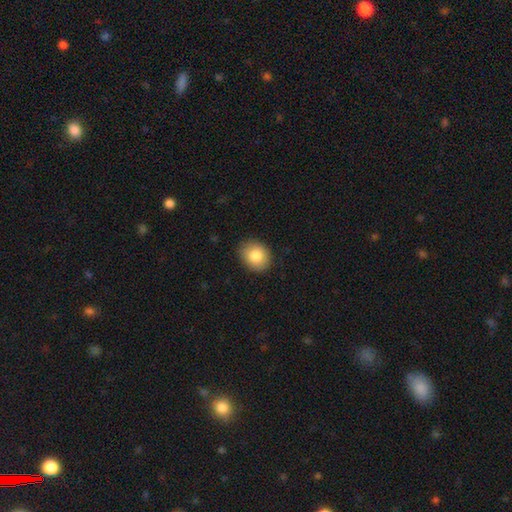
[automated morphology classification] Smooth or featured?
  - smooth: 83% *
  - featured or disk: 9%
  - star or artifact: 8%
How rounded?
  - round: 54% *
  - in between: 45%
  - cigar-shaped: 1%
Merging?
  - none: 88% *
  - minor disturbance: 9%
  - major disturbance: 2%
  - merger: 1%